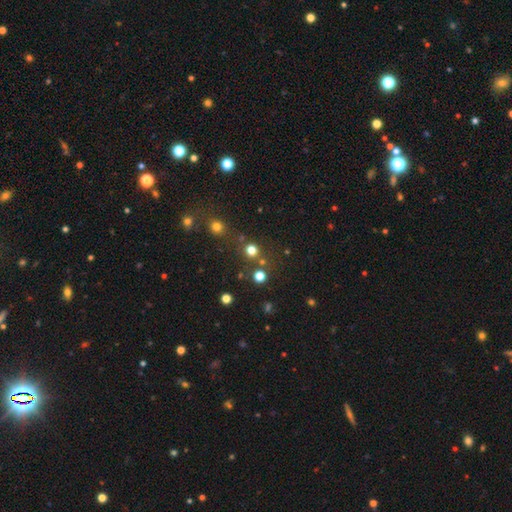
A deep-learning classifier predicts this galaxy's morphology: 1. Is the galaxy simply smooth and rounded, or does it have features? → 51% star or artifact, 41% smooth, 8% featured or disk.